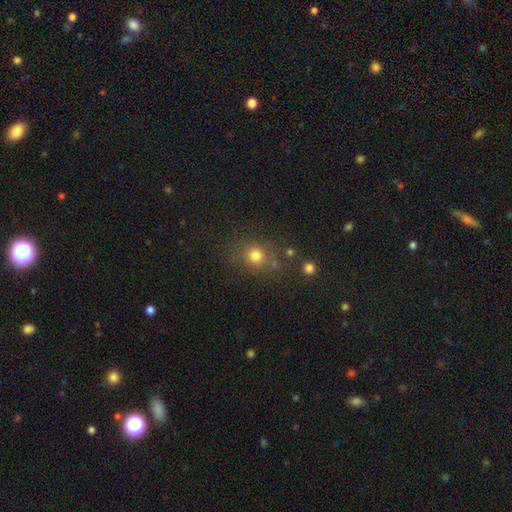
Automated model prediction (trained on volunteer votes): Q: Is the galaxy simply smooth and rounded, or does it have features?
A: smooth — 76%.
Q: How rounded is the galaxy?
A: round — 80%.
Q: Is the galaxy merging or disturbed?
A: none — 73%.